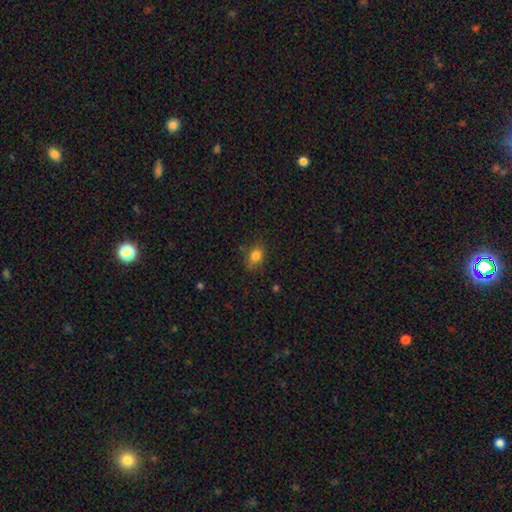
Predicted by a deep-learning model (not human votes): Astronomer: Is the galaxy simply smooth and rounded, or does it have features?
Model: smooth — 81%.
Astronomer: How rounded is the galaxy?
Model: in between — 62%.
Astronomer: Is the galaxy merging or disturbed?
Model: none — 76%.